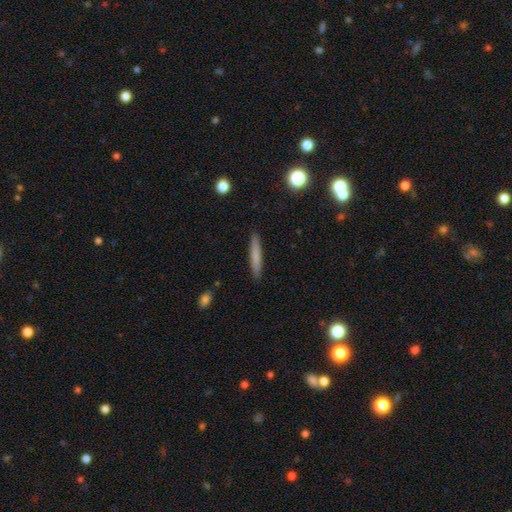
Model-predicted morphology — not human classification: Smooth or featured?
  - smooth: 74% *
  - featured or disk: 20%
  - star or artifact: 6%
How rounded?
  - cigar-shaped: 95% *
  - in between: 4%
  - round: 1%
Merging?
  - none: 91% *
  - minor disturbance: 7%
  - major disturbance: 1%
  - merger: 1%